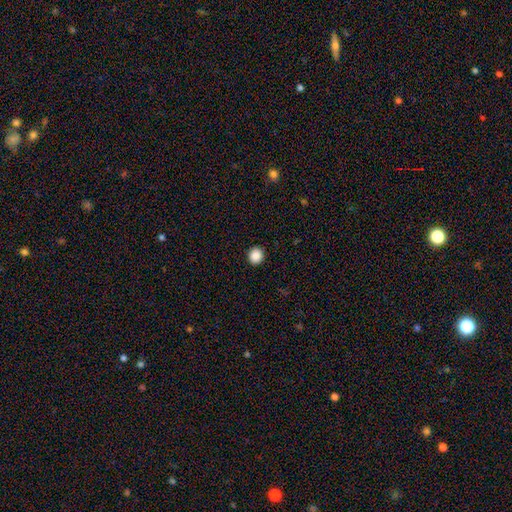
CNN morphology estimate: smooth-or-featured: smooth: 88% | star or artifact: 9% | featured or disk: 3%
  how-rounded: round: 83% | in between: 16% | cigar-shaped: 1%
  merging: none: 92% | minor disturbance: 6% | major disturbance: 2% | merger: 1%